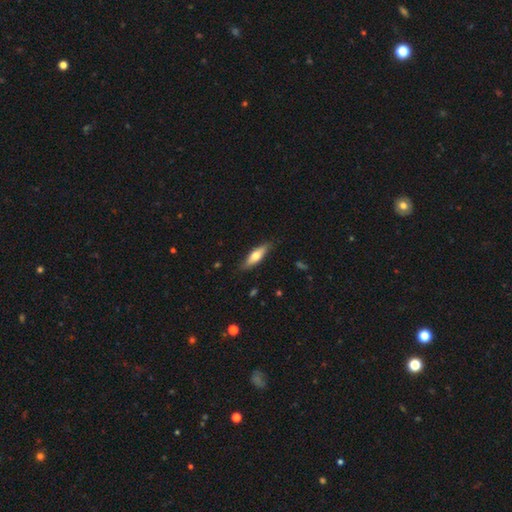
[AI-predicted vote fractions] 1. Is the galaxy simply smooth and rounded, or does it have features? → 60% smooth, 35% featured or disk, 5% star or artifact.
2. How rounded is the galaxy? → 56% cigar-shaped, 42% in between, 2% round.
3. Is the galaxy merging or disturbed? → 84% none, 13% minor disturbance, 2% major disturbance, 1% merger.